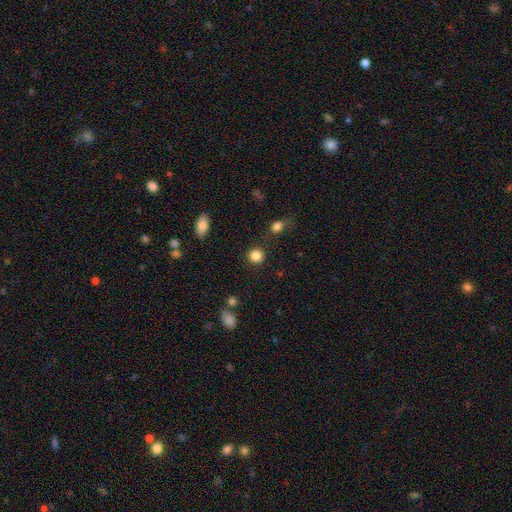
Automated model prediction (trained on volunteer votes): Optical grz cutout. It shows a smooth galaxy with no disk features (85%) that is round (89%). Merging: none (86%).